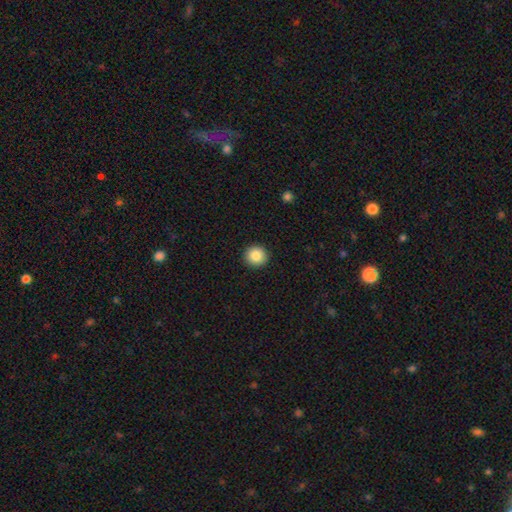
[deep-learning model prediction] Smooth or featured? Predicted: smooth (p=0.86). How rounded? Predicted: round (p=0.95). Merging? Predicted: none (p=0.93).